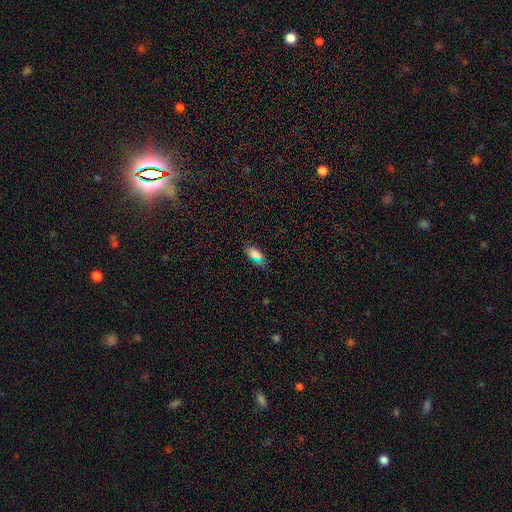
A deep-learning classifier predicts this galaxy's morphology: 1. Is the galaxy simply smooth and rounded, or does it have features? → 73% smooth, 19% star or artifact, 8% featured or disk.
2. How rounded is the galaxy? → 86% in between, 10% cigar-shaped, 4% round.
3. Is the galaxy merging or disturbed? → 80% none, 15% minor disturbance, 4% major disturbance, 2% merger.